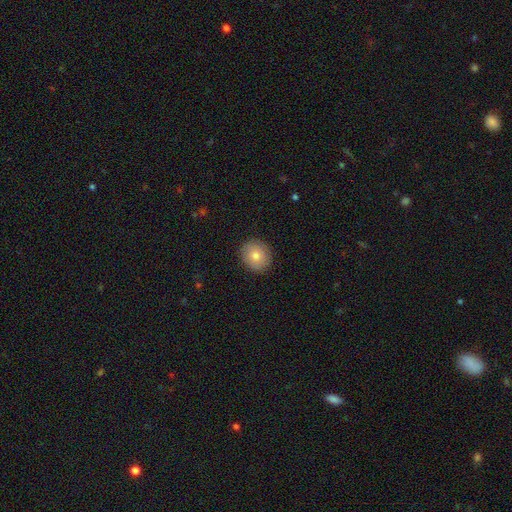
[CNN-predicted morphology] type=smooth (77%); roundness=round (80%); merging=none (89%).